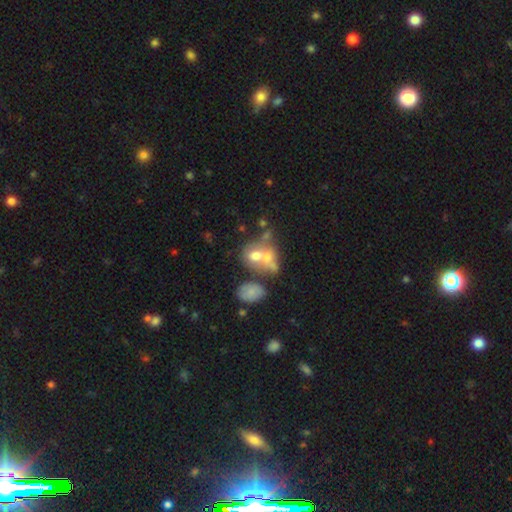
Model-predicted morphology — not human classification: smooth_or_featured: smooth (p=0.55) [alt: featured or disk p=0.33]
how_rounded: in between (p=0.58) [alt: round p=0.40]
merging: merger (p=0.60) [alt: none p=0.21]